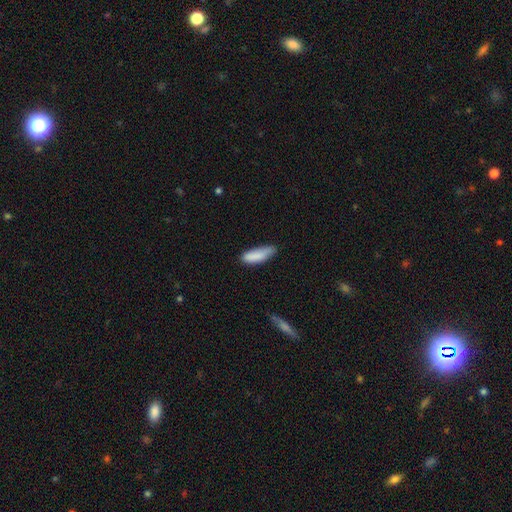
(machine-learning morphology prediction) This appears to be a smooth galaxy with no disk features (85%) that is in between round and cigar-shaped (50%). Merging: none (61%).